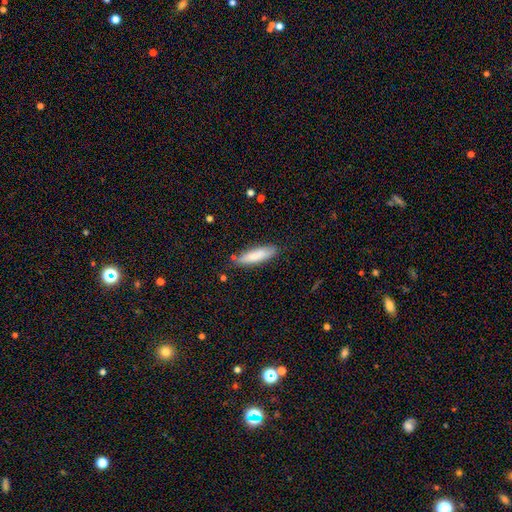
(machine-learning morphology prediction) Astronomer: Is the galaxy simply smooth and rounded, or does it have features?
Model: smooth — 81%.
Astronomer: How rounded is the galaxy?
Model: cigar-shaped — 66%.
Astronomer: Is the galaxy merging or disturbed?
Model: none — 81%.